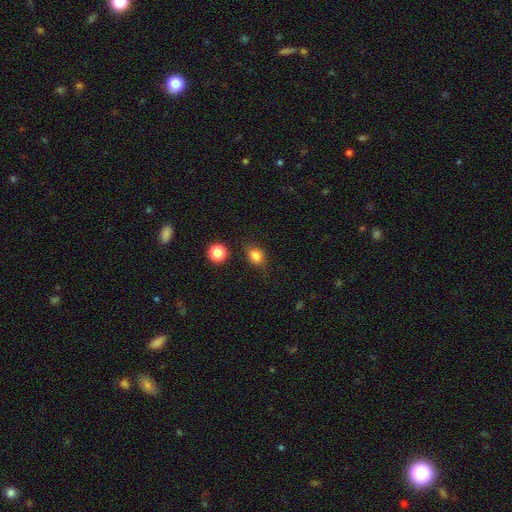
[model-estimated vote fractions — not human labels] A smooth galaxy with no disk features (82%) that is round (54%). Merging: none (75%).